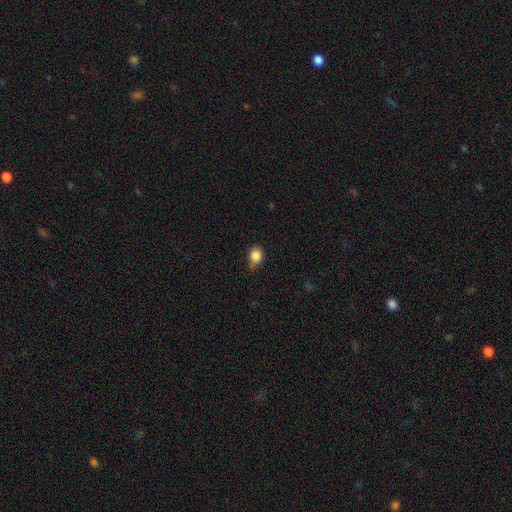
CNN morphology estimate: Smooth or featured: smooth — 86% (star or artifact — 9%)
How rounded: round — 50% (in between — 49%)
Merging: none — 58% (minor disturbance — 34%)